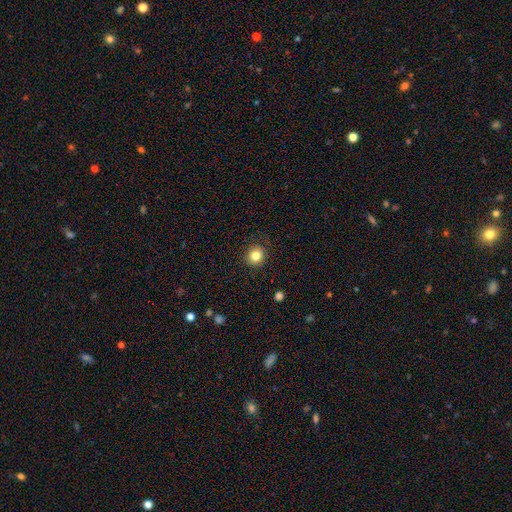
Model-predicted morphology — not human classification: A smooth galaxy with no disk features (82%) that is round (87%). Merging: none (90%).